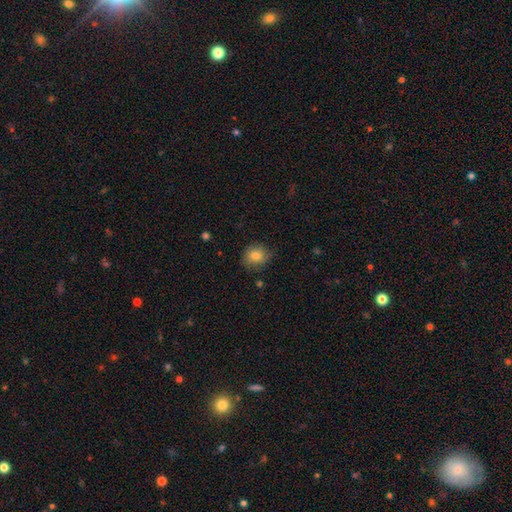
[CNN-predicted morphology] smooth-or-featured: smooth: 79% | featured or disk: 11% | star or artifact: 10%
  how-rounded: round: 72% | in between: 27% | cigar-shaped: 1%
  merging: none: 77% | minor disturbance: 18% | major disturbance: 4% | merger: 1%